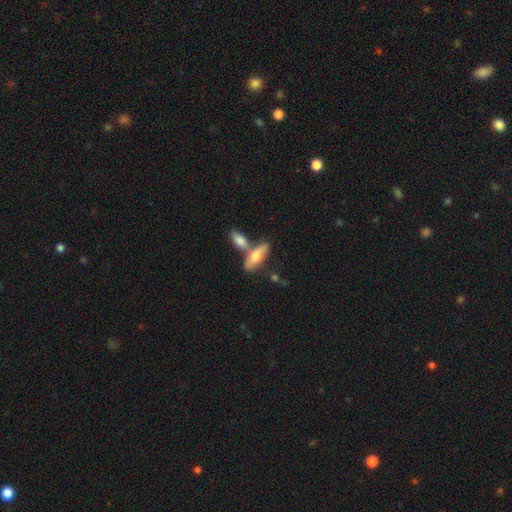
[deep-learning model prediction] smooth_or_featured: smooth (p=0.65) [alt: featured or disk p=0.29]
how_rounded: in between (p=0.69) [alt: cigar-shaped p=0.28]
merging: merger (p=0.45) [alt: none p=0.40]